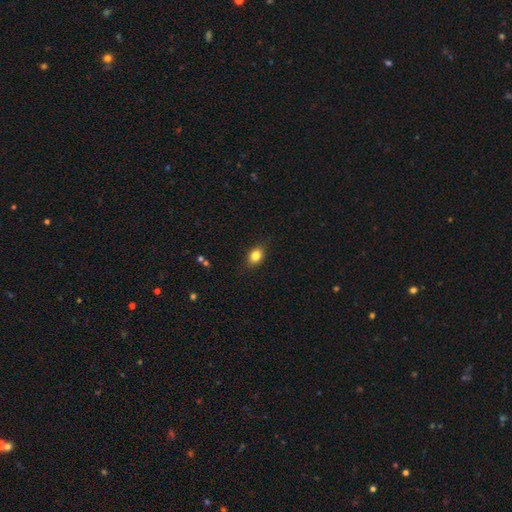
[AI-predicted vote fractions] smooth-or-featured: smooth: 83% | star or artifact: 10% | featured or disk: 8%
  how-rounded: in between: 66% | round: 32% | cigar-shaped: 2%
  merging: none: 86% | minor disturbance: 11% | major disturbance: 2% | merger: 1%